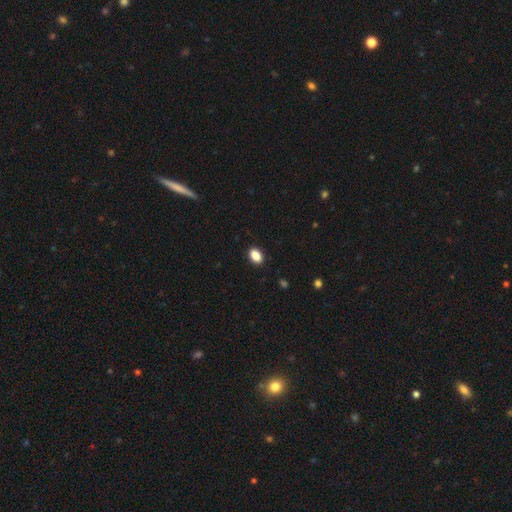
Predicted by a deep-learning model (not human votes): A smooth galaxy with no disk features (88%) that is in between round and cigar-shaped (85%).

Vote fractions:
- Smooth or featured? smooth: 88% / star or artifact: 8% / featured or disk: 4%
- How rounded? in between: 85% / round: 13% / cigar-shaped: 2%
- Merging? none: 90% / minor disturbance: 7% / major disturbance: 2% / merger: 1%